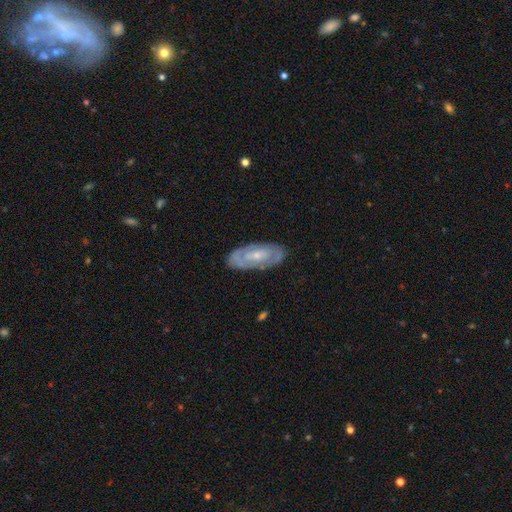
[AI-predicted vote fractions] featured or disk 70%, smooth 25%, star or artifact 6%. Down the decision tree: edge-on disk — no (90%); bar — no (57%); spiral arms — yes (73%); bulge size — small (64%); merging — none (81%).